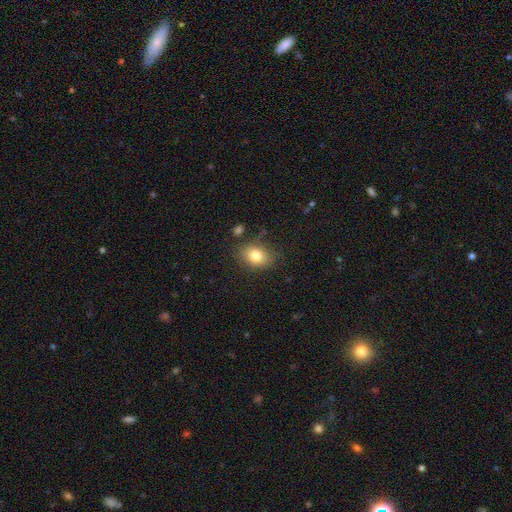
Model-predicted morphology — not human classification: Smooth or featured? Predicted: smooth (p=0.80). How rounded? Predicted: in between (p=0.72). Merging? Predicted: none (p=0.77).